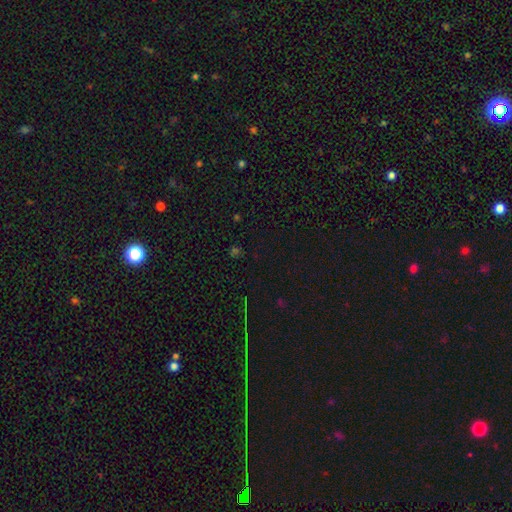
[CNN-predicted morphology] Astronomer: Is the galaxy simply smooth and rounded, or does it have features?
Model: star or artifact — 63%.